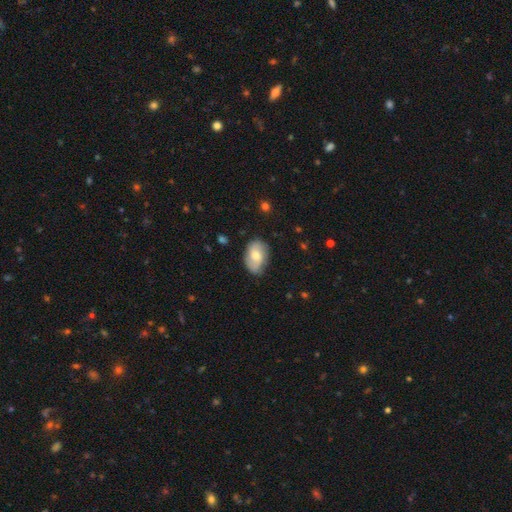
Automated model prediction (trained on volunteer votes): smooth-or-featured: smooth: 54% | featured or disk: 39% | star or artifact: 7%
  how-rounded: in between: 84% | round: 14% | cigar-shaped: 1%
  merging: none: 74% | minor disturbance: 20% | major disturbance: 4% | merger: 1%